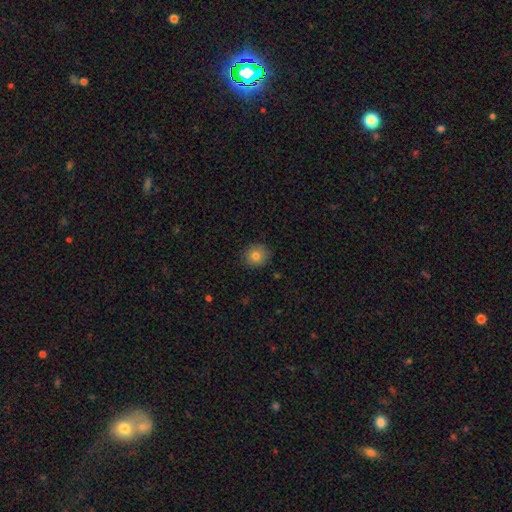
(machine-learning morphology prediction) smooth_or_featured: smooth (p=0.80) [alt: star or artifact p=0.11]
how_rounded: round (p=0.86) [alt: in between p=0.13]
merging: none (p=0.89) [alt: minor disturbance p=0.08]